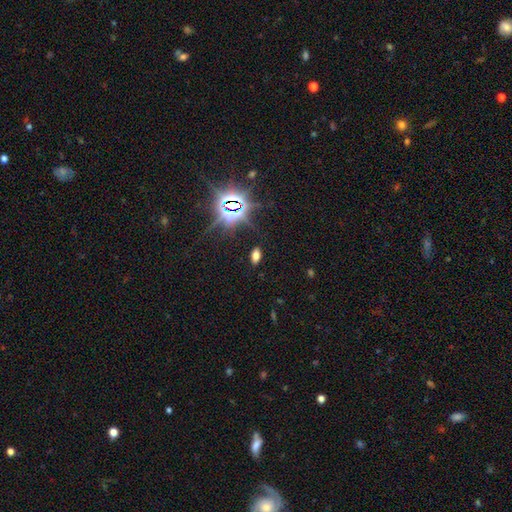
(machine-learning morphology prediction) Smooth or featured?
  - smooth: 57% *
  - star or artifact: 34%
  - featured or disk: 9%
How rounded?
  - in between: 89% *
  - cigar-shaped: 7%
  - round: 5%
Merging?
  - none: 87% *
  - minor disturbance: 8%
  - major disturbance: 3%
  - merger: 2%